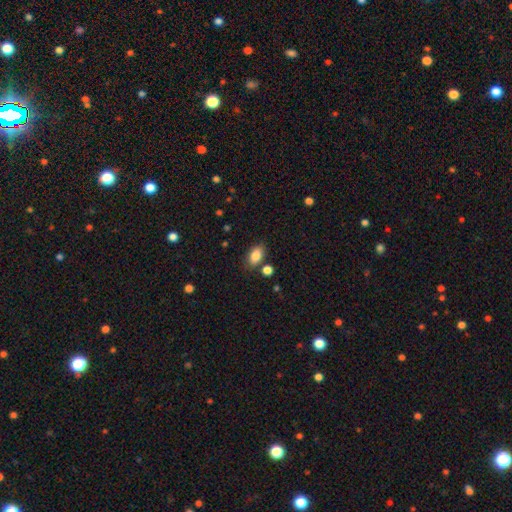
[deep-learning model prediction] This is clearly a smooth galaxy (85%). How rounded: clearly in between (89%). Merging: likely none (78%).